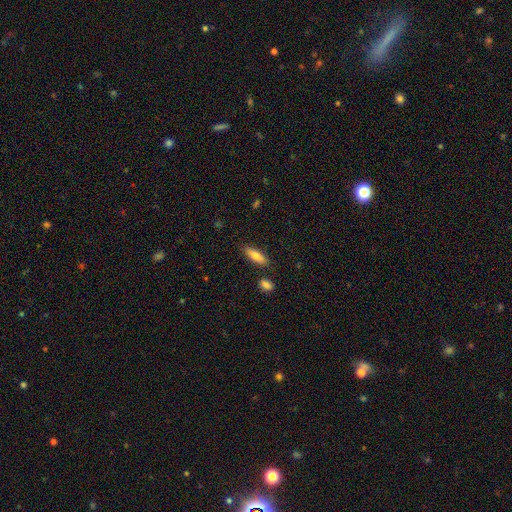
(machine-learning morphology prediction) Smooth or featured? smooth (75%)
How rounded? in between (50%)
Merging? none (83%)